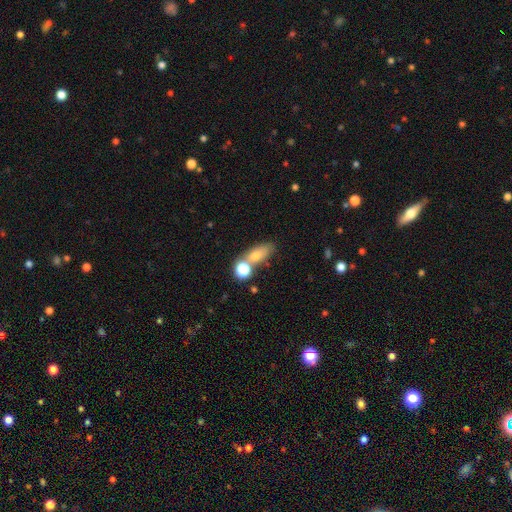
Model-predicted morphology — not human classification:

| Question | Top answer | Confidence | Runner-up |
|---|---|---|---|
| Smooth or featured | smooth | 71% | featured or disk (15%) |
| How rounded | in between | 65% | round (19%) |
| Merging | none | 47% | merger (31%) |